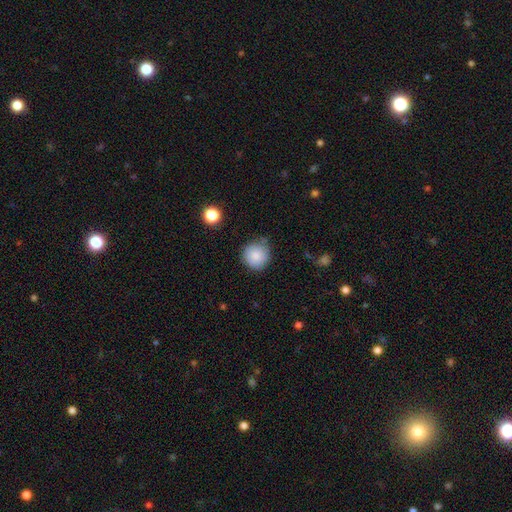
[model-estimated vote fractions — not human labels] smooth_or_featured: smooth (p=0.86) [alt: star or artifact p=0.08]
how_rounded: round (p=0.94) [alt: in between p=0.05]
merging: none (p=0.76) [alt: minor disturbance p=0.17]